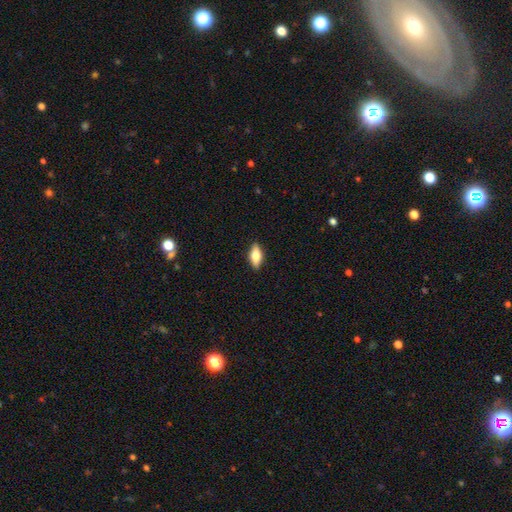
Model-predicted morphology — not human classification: Smooth or featured? Predicted: smooth (p=0.67). How rounded? Predicted: in between (p=0.78). Merging? Predicted: none (p=0.88).